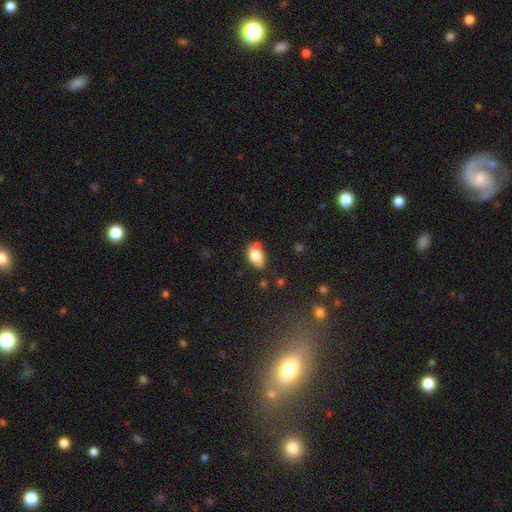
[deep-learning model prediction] Smooth or featured?
  - smooth: 74% *
  - featured or disk: 18%
  - star or artifact: 8%
How rounded?
  - in between: 88% *
  - round: 10%
  - cigar-shaped: 2%
Merging?
  - none: 61% *
  - minor disturbance: 21%
  - merger: 14%
  - major disturbance: 5%